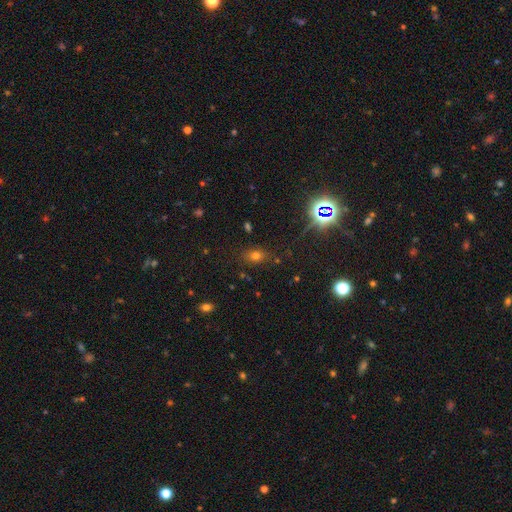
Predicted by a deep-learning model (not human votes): Morphology: type=smooth (65%); roundness=in between (70%); merging=none (80%).